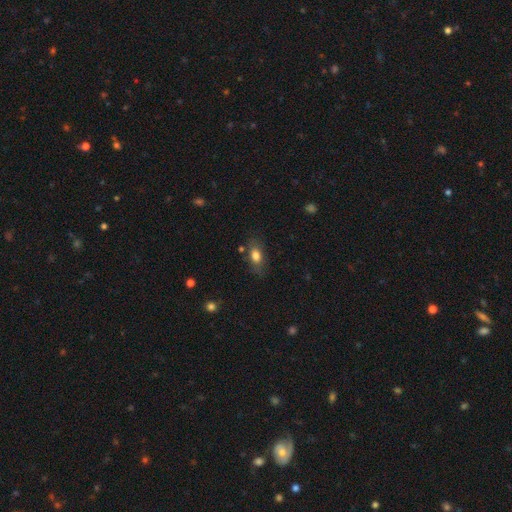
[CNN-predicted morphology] smooth-or-featured: smooth: 77% | featured or disk: 14% | star or artifact: 9%
  how-rounded: in between: 83% | round: 11% | cigar-shaped: 6%
  merging: none: 75% | minor disturbance: 17% | major disturbance: 6% | merger: 3%